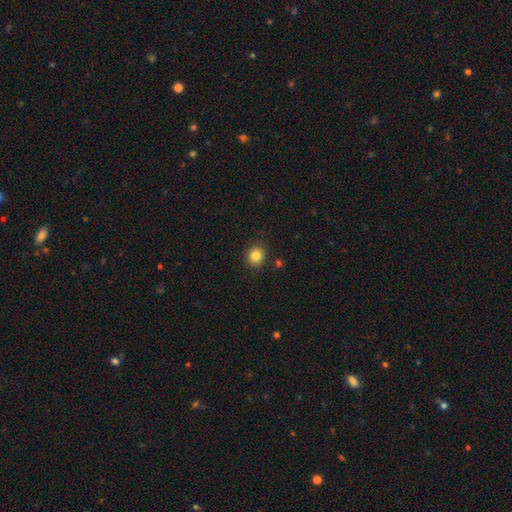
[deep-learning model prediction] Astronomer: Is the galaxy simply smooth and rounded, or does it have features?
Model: smooth — 84%.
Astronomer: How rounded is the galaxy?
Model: round — 87%.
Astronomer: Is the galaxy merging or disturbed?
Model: none — 90%.